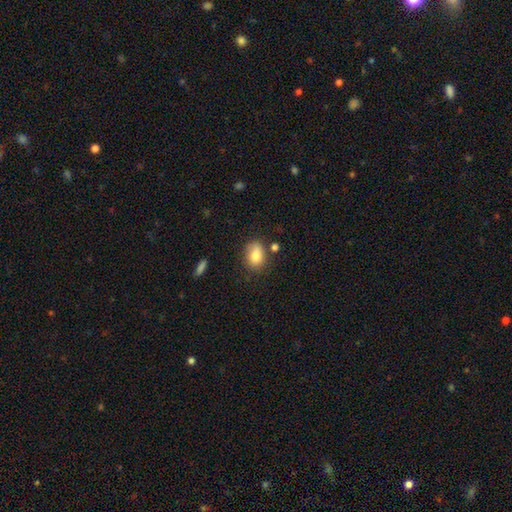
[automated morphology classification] This appears to be a smooth galaxy with no disk features (79%) that is in between round and cigar-shaped (66%). Merging: none (61%).